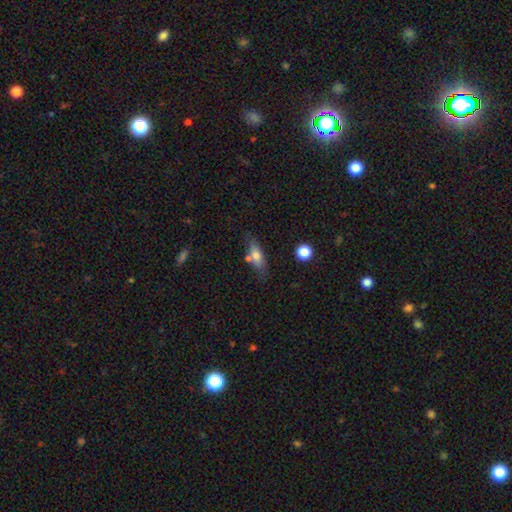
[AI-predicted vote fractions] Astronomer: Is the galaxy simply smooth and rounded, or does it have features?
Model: smooth — 68%.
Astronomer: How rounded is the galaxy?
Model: in between — 62%.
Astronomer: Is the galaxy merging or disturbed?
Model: none — 61%.